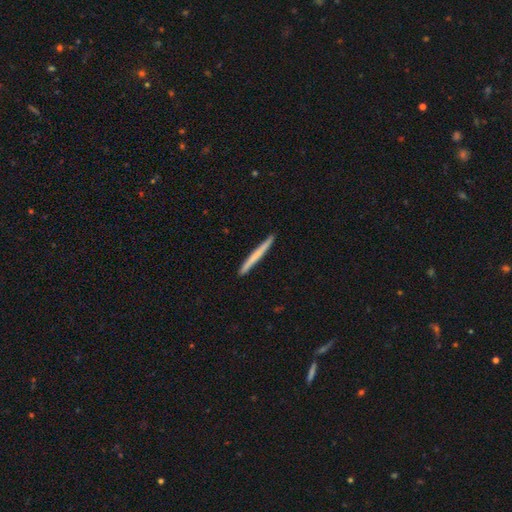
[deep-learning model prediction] This is possibly a smooth galaxy (59%). How rounded: clearly cigar-shaped (97%). Merging: clearly none (93%).